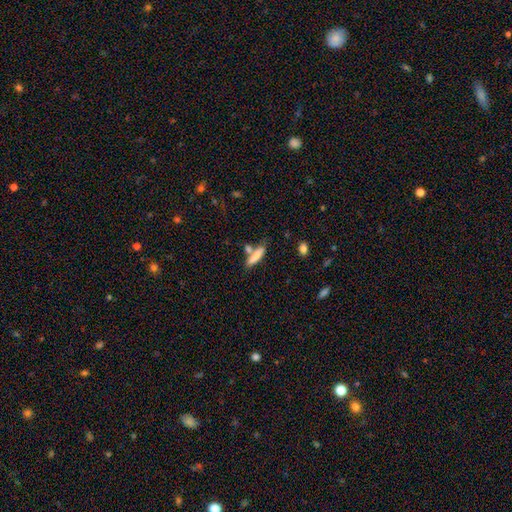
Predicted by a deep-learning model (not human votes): A smooth galaxy with no disk features (79%) that is cigar-shaped (72%).

Vote fractions:
- Smooth or featured? smooth: 79% / featured or disk: 14% / star or artifact: 7%
- How rounded? cigar-shaped: 72% / in between: 26% / round: 2%
- Merging? none: 56% / merger: 24% / minor disturbance: 15% / major disturbance: 5%